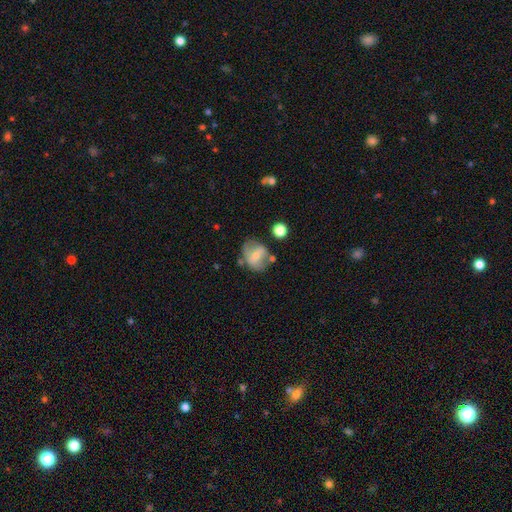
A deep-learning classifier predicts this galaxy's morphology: smooth 46%, featured or disk 45%, star or artifact 8%. Down the decision tree: merging — none (55%).